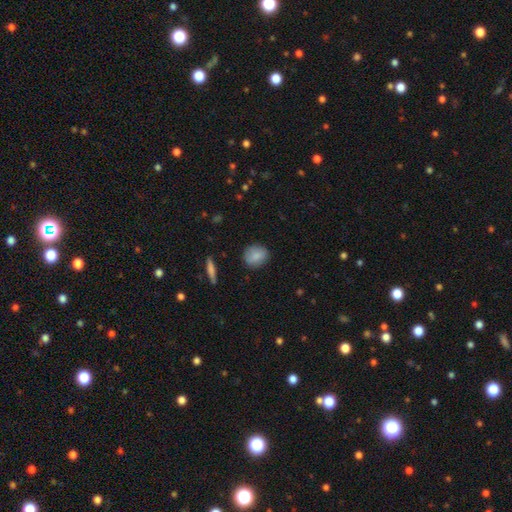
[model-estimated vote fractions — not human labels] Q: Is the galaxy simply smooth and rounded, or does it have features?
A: smooth — 85%.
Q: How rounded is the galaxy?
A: round — 70%.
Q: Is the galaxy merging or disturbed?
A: none — 85%.